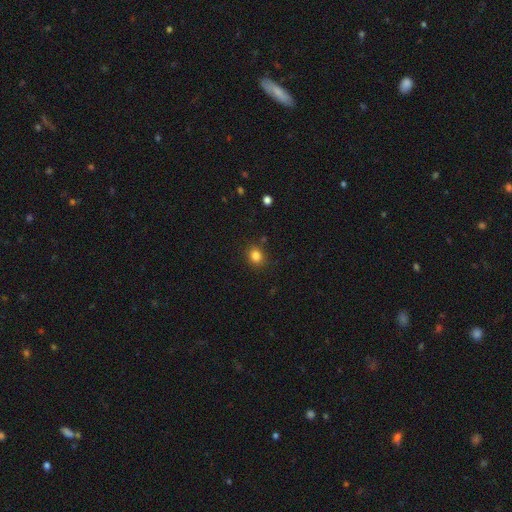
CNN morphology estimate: This appears to be a smooth galaxy with no disk features (83%) that is round (68%). Merging: none (86%).